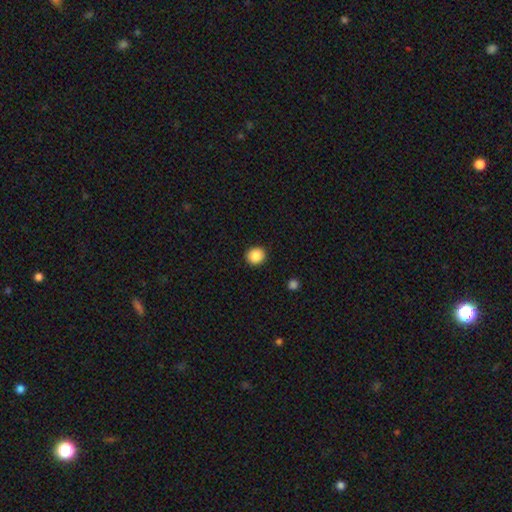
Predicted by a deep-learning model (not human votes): The model was most divided on "how rounded": round: 87%, in between: 12%, cigar-shaped: 1%. More confident: merging — none (91%); smooth or featured — smooth (88%).